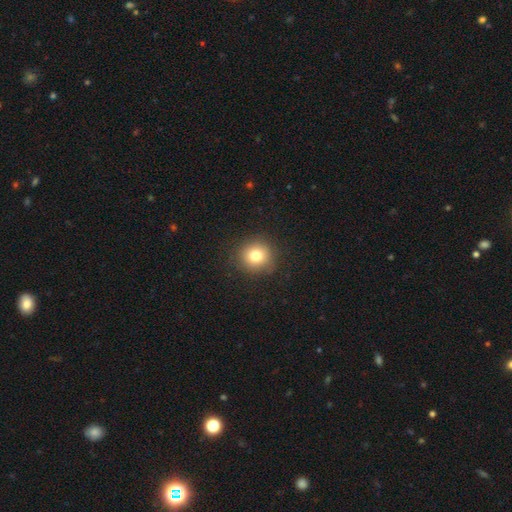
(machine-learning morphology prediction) smooth_or_featured: smooth (p=0.79) [alt: star or artifact p=0.12]
how_rounded: round (p=0.91) [alt: in between p=0.08]
merging: none (p=0.88) [alt: minor disturbance p=0.08]